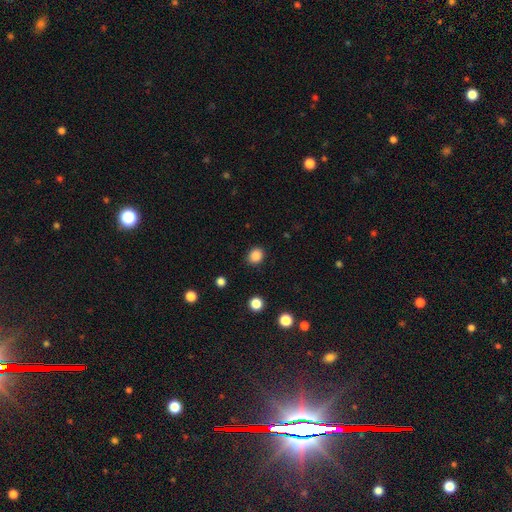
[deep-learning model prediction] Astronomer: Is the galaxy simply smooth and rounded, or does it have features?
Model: smooth — 86%.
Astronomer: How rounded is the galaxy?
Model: round — 67%.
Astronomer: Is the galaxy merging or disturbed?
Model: none — 89%.